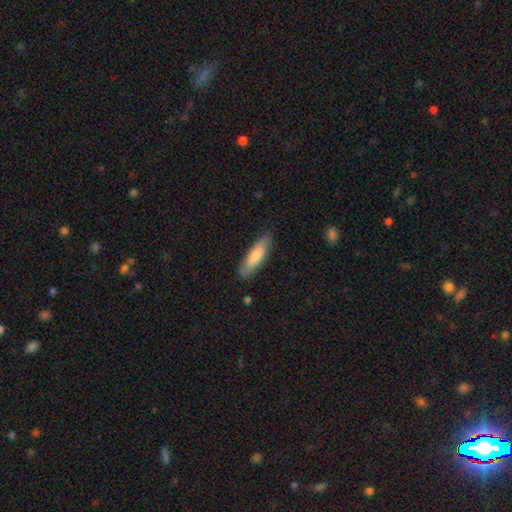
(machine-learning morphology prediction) smooth 78%, featured or disk 16%, star or artifact 5%. Down the decision tree: how rounded — cigar-shaped (52%); merging — none (82%).